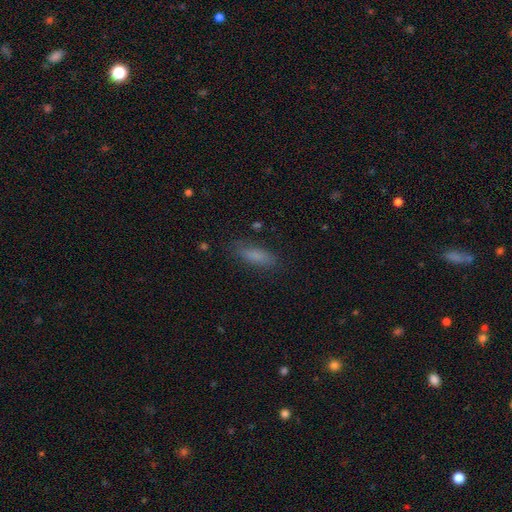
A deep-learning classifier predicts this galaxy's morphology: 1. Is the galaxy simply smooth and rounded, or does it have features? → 80% smooth, 11% featured or disk, 10% star or artifact.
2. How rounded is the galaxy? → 50% in between, 48% cigar-shaped, 2% round.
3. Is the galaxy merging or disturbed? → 82% none, 13% minor disturbance, 4% major disturbance, 2% merger.